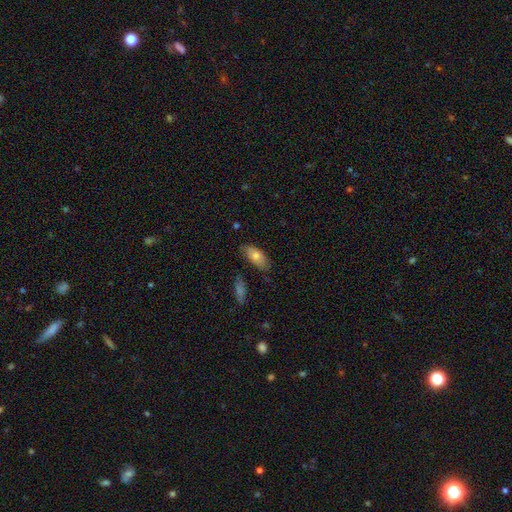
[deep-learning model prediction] The model was most divided on "merging": none: 76%, minor disturbance: 18%, major disturbance: 3%, merger: 3%. More confident: how rounded — in between (86%); smooth or featured — smooth (76%).